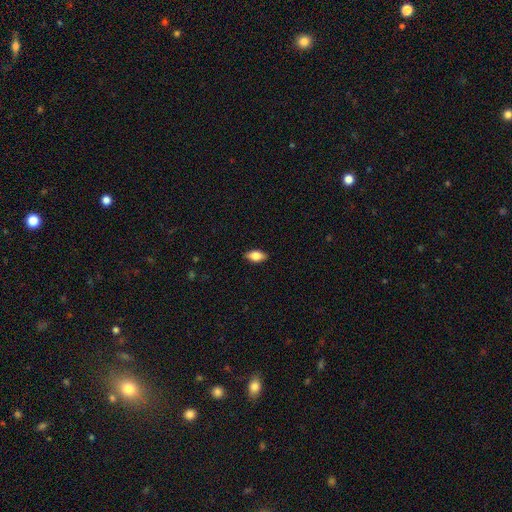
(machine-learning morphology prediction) A smooth galaxy with no disk features (80%) that is in between round and cigar-shaped (89%). Merging: none (88%).